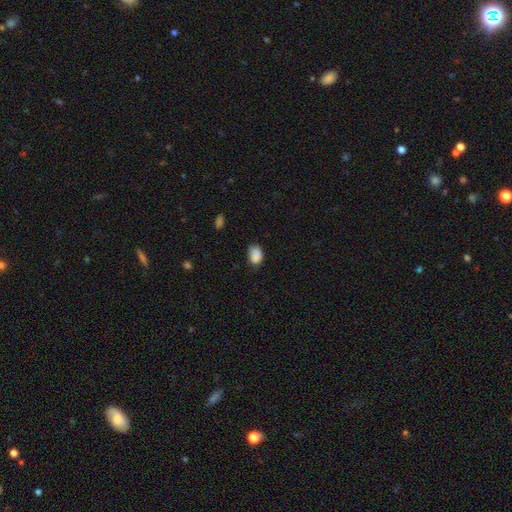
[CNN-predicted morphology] smooth_or_featured: smooth (p=0.85) [alt: star or artifact p=0.09]
how_rounded: in between (p=0.77) [alt: round p=0.22]
merging: none (p=0.60) [alt: minor disturbance p=0.30]